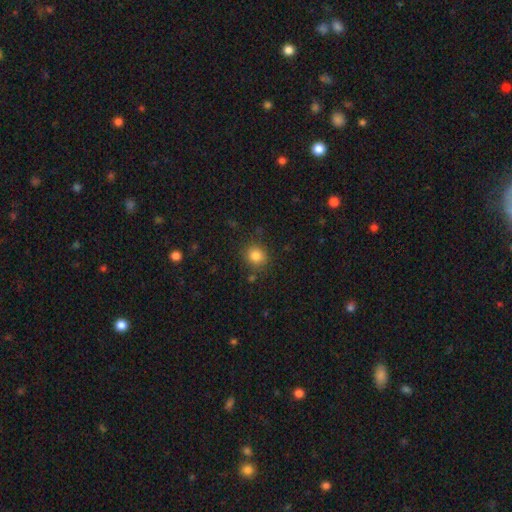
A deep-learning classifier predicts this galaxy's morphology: This is clearly a smooth galaxy (82%). How rounded: likely round (80%). Merging: clearly none (82%).